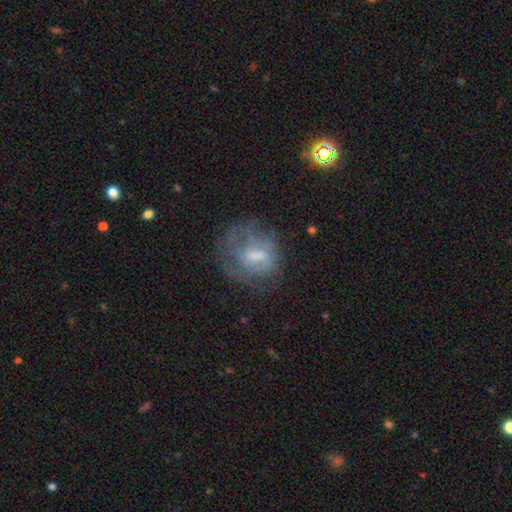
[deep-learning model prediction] Smooth or featured?
  - featured or disk: 57% *
  - smooth: 31%
  - star or artifact: 12%
Edge-on disk?
  - no: 96% *
  - yes: 4%
Bar?
  - weak: 49% *
  - no: 31%
  - strong: 20%
Spiral arms?
  - yes: 53% *
  - no: 47%
Bulge size?
  - moderate: 40% *
  - small: 28%
  - none: 23%
  - large: 8%
  - dominant: 1%
Merging?
  - none: 49% *
  - major disturbance: 26%
  - minor disturbance: 22%
  - merger: 3%